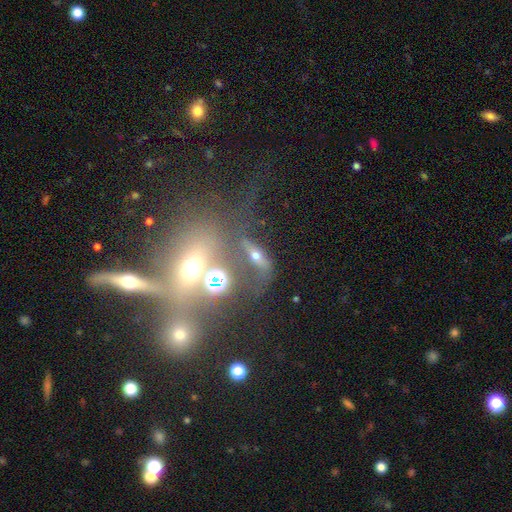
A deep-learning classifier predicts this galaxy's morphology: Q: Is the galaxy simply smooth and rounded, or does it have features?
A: featured or disk — 42%.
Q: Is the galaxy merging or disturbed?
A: none — 49%.